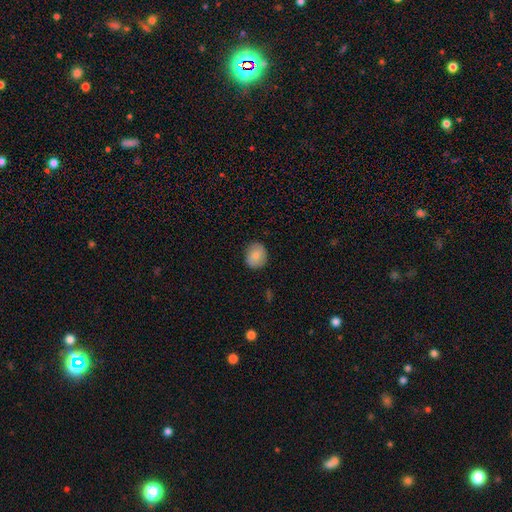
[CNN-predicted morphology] Smooth or featured?
  - smooth: 83% *
  - featured or disk: 10%
  - star or artifact: 7%
How rounded?
  - round: 70% *
  - in between: 29%
  - cigar-shaped: 1%
Merging?
  - none: 85% *
  - minor disturbance: 11%
  - major disturbance: 2%
  - merger: 1%